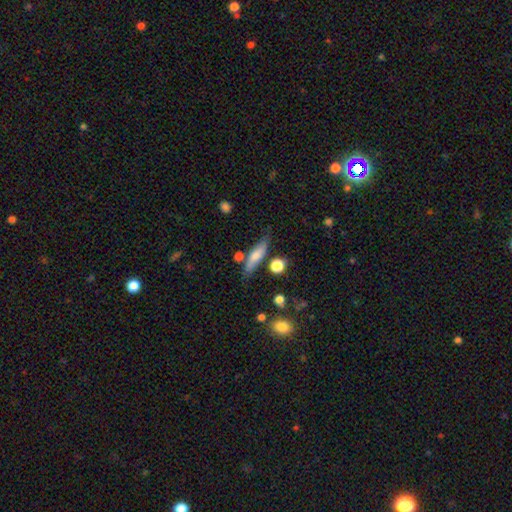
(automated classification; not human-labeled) Smooth or featured? smooth (64%)
How rounded? cigar-shaped (70%)
Merging? none (71%)